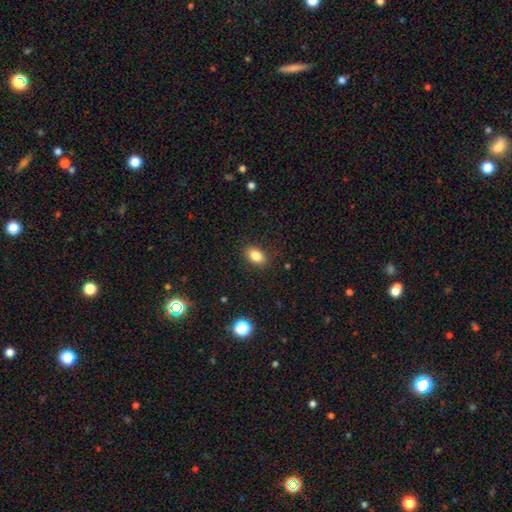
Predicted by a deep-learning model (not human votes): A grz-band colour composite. It shows a smooth galaxy with no disk features (84%) that is in between round and cigar-shaped (87%). Merging: none (87%).